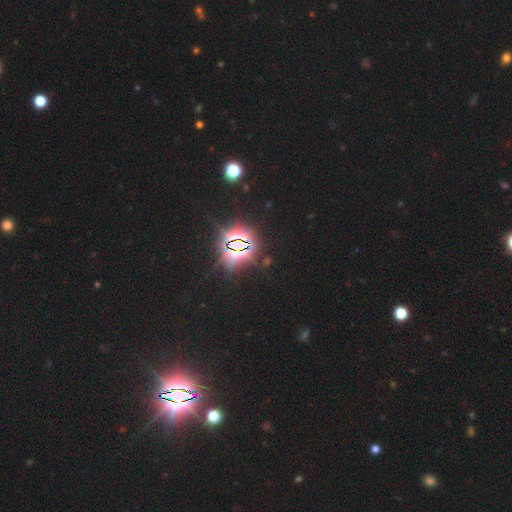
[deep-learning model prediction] Smooth or featured: star or artifact — 82% (smooth — 11%)